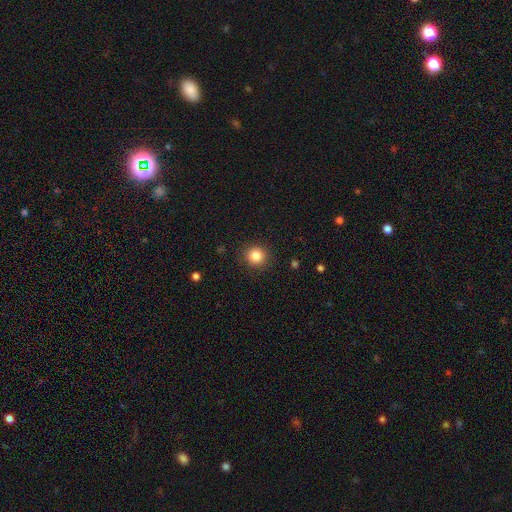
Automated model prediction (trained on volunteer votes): A smooth galaxy with no disk features (84%) that is round (92%). Merging: none (90%).